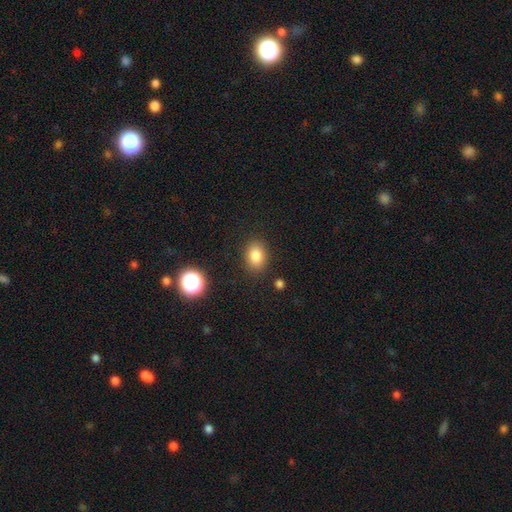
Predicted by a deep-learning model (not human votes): A smooth galaxy with no disk features (83%) that is in between round and cigar-shaped (68%). Merging: none (85%).